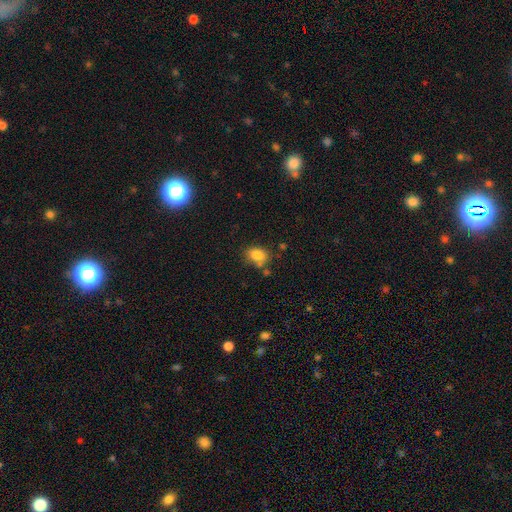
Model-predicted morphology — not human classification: type=smooth (83%); roundness=in between (69%); merging=none (68%).